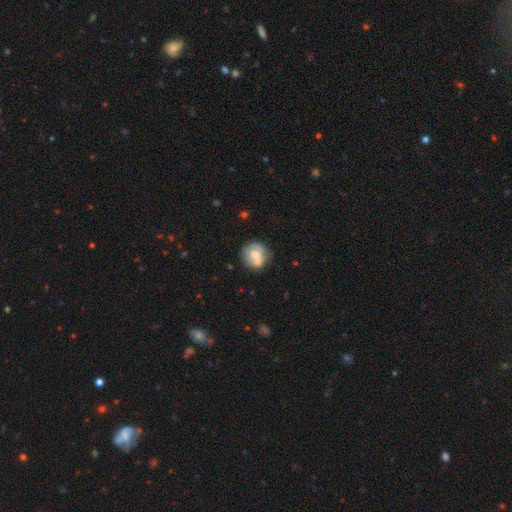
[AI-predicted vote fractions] Q: Smooth or featured?
A: smooth (65%); runner-up: featured or disk (28%)
Q: How rounded?
A: round (86%); runner-up: in between (13%)
Q: Merging?
A: none (53%); runner-up: merger (28%)